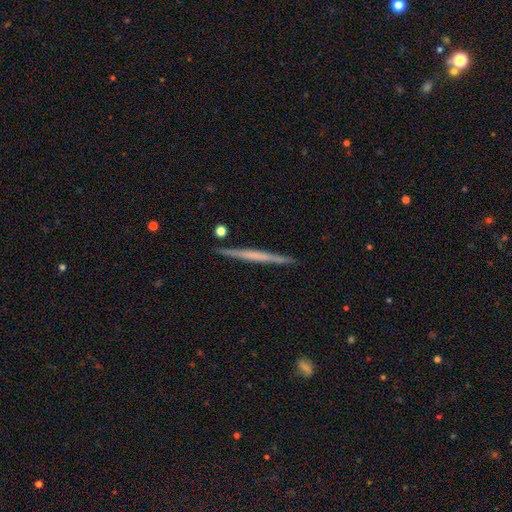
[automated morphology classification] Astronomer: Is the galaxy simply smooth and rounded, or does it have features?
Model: featured or disk — 57% (runner-up: smooth, 38%).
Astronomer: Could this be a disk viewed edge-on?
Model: yes — 98%.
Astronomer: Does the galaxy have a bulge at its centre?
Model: none — 82%.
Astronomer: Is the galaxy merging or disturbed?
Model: none — 91%.